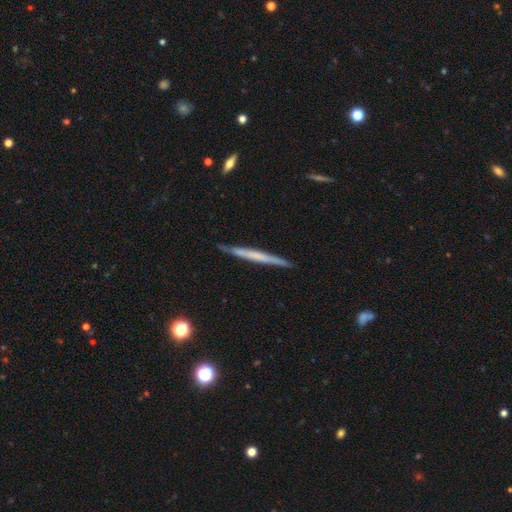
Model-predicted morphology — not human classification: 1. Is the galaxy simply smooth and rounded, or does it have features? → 53% featured or disk, 41% smooth, 6% star or artifact.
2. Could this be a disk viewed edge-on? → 97% yes, 3% no.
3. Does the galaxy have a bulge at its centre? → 80% none, 12% rounded, 8% boxy.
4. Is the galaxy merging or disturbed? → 89% none, 8% minor disturbance, 1% major disturbance, 1% merger.